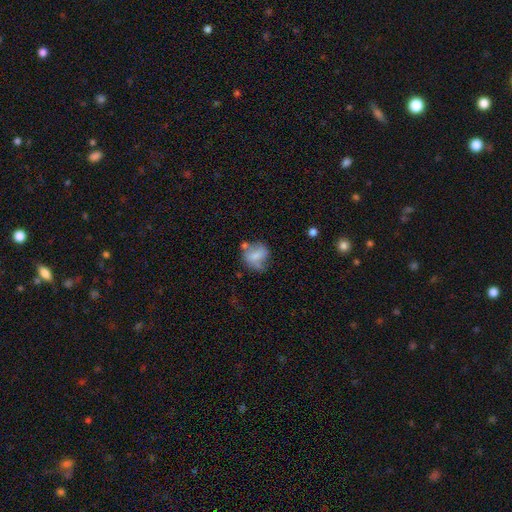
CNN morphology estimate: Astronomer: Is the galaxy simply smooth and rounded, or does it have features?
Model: smooth — 59%.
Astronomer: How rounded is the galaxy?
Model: round — 58% (runner-up: in between, 40%).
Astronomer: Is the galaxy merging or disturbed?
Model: none — 43% (runner-up: minor disturbance, 27%).